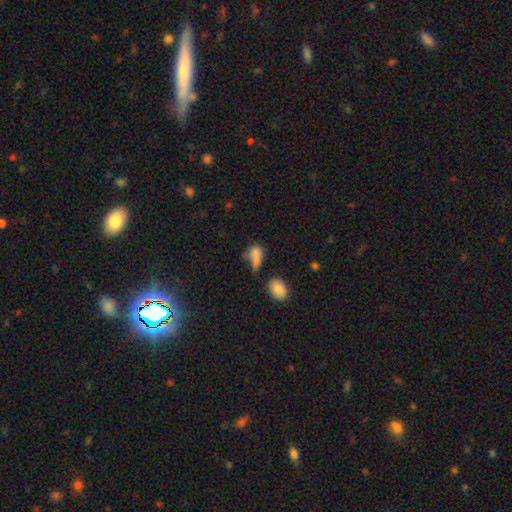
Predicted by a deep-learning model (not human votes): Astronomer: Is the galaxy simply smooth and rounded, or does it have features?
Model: smooth — 76%.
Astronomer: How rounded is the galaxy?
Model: in between — 76%.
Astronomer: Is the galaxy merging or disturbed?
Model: none — 30% (runner-up: merger, 26%).